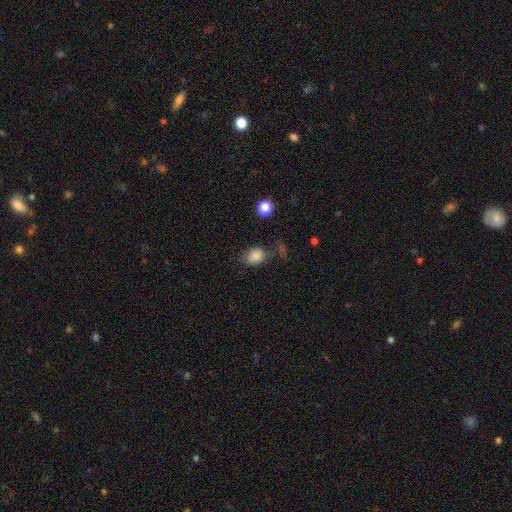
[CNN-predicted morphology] This is clearly a smooth galaxy (85%). How rounded: likely in between (62%). Merging: likely none (66%).